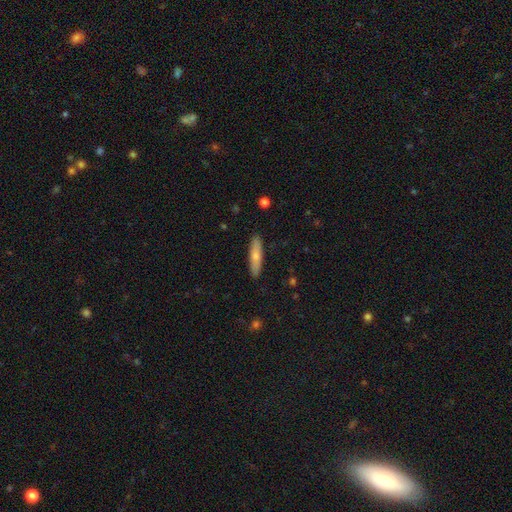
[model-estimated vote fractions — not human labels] This appears to be a smooth galaxy with no disk features (67%) that is cigar-shaped (79%). Merging: none (90%).